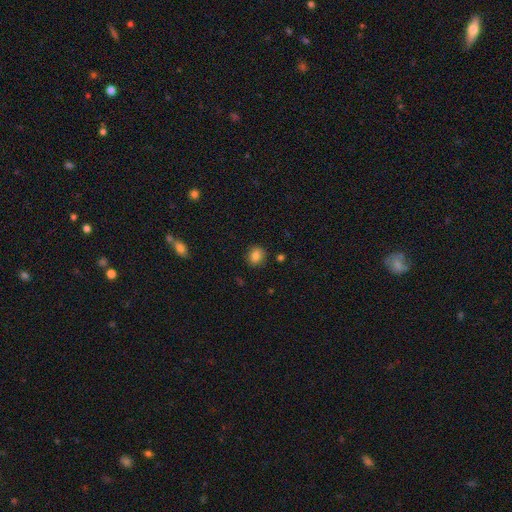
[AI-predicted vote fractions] Q: Smooth or featured?
A: smooth (83%); runner-up: star or artifact (11%)
Q: How rounded?
A: round (76%); runner-up: in between (23%)
Q: Merging?
A: none (89%); runner-up: minor disturbance (8%)